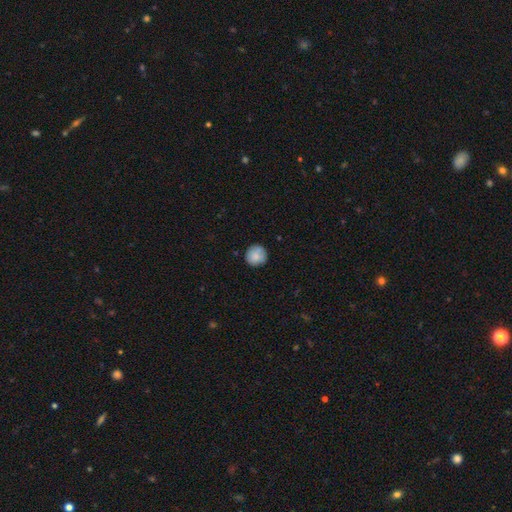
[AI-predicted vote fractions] A smooth galaxy with no disk features (78%) that is round (94%). Merging: none (78%).